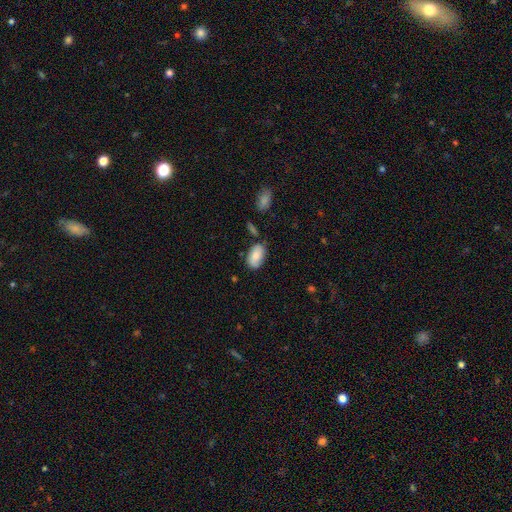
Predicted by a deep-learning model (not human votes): Smooth or featured? Predicted: smooth (p=0.81). How rounded? Predicted: in between (p=0.94). Merging? Predicted: none (p=0.73).